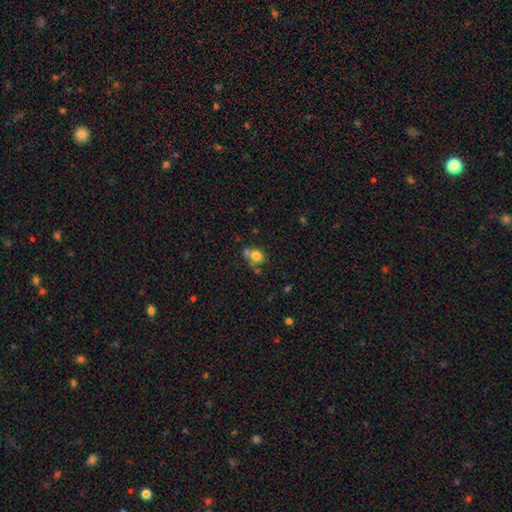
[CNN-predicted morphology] Overall: smooth (76%). How rounded: round (55%; in between 43%). Merging: none (47%; merger 30%).